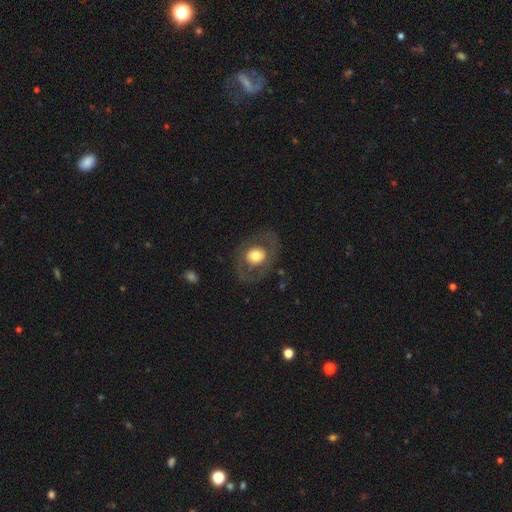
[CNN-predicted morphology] Q: Smooth or featured?
A: smooth (53%); runner-up: featured or disk (40%)
Q: How rounded?
A: round (61%); runner-up: in between (38%)
Q: Merging?
A: none (76%); runner-up: minor disturbance (13%)